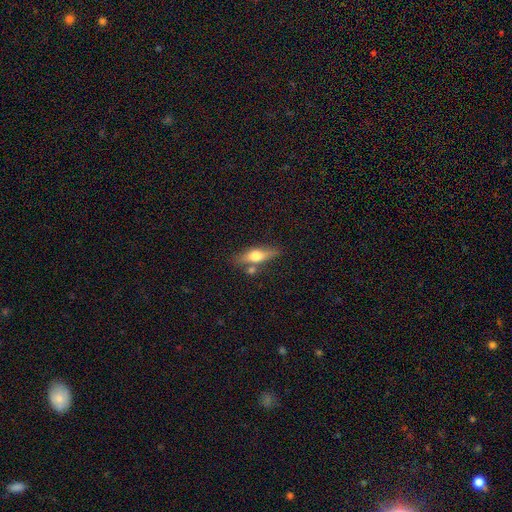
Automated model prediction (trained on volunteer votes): Q: Smooth or featured?
A: smooth (49%); runner-up: featured or disk (43%)
Q: Merging?
A: none (70%); runner-up: minor disturbance (13%)